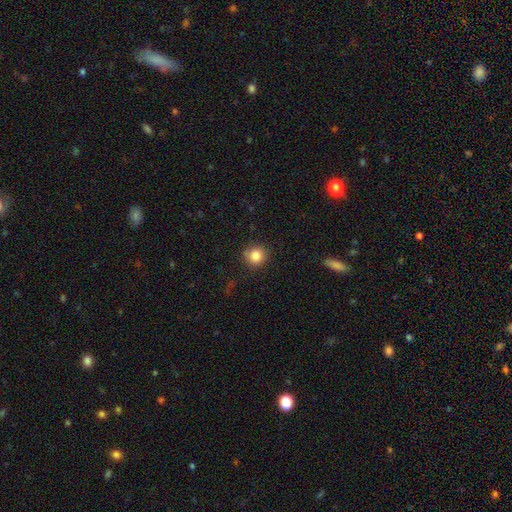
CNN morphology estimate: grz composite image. It shows a smooth galaxy with no disk features (84%) that is round (90%). Merging: none (86%).